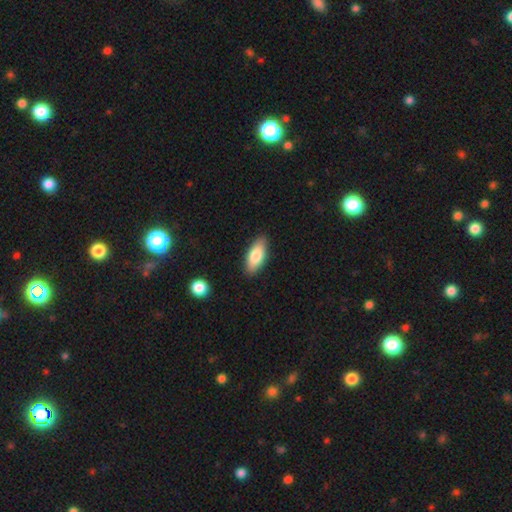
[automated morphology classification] A smooth galaxy with no disk features (82%) that is in between round and cigar-shaped (83%).

Vote fractions:
- Smooth or featured? smooth: 82% / featured or disk: 12% / star or artifact: 6%
- How rounded? in between: 83% / cigar-shaped: 15% / round: 2%
- Merging? none: 87% / minor disturbance: 10% / major disturbance: 2% / merger: 1%